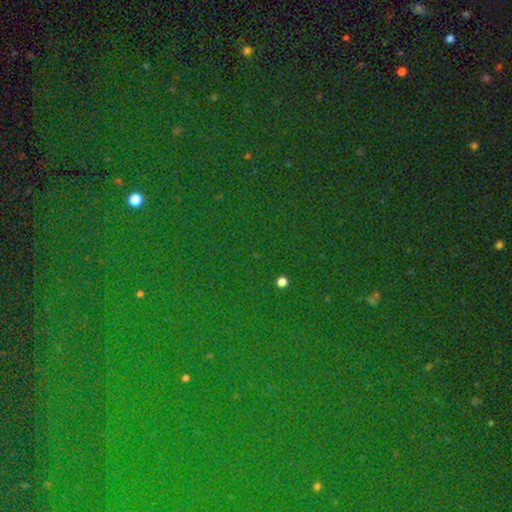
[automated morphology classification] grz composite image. It shows a star or artifact, not a galaxy (83%).